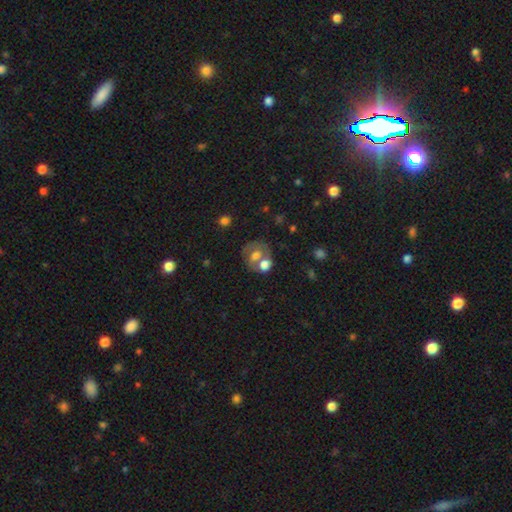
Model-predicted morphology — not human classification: smooth-or-featured: smooth: 54% | featured or disk: 36% | star or artifact: 10%
  how-rounded: round: 61% | in between: 38% | cigar-shaped: 1%
  merging: merger: 48% | none: 33% | minor disturbance: 12% | major disturbance: 7%